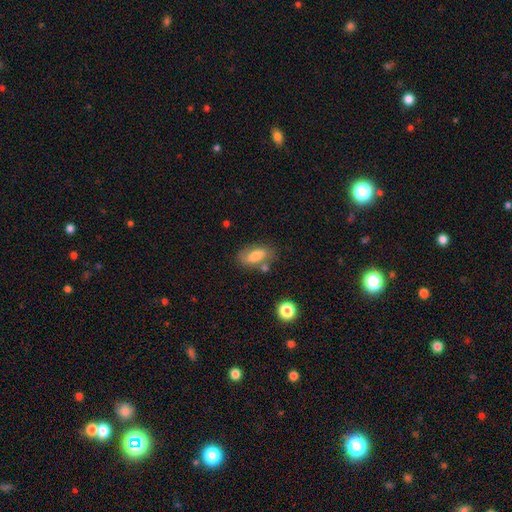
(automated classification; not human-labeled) smooth_or_featured: smooth (p=0.67) [alt: featured or disk p=0.24]
how_rounded: in between (p=0.83) [alt: cigar-shaped p=0.11]
merging: none (p=0.64) [alt: minor disturbance p=0.20]